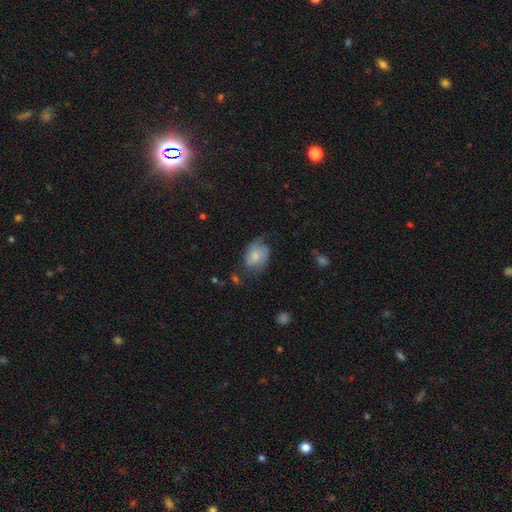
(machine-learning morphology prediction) A smooth galaxy with no disk features (61%) that is in between round and cigar-shaped (73%). Merging: none (51%).